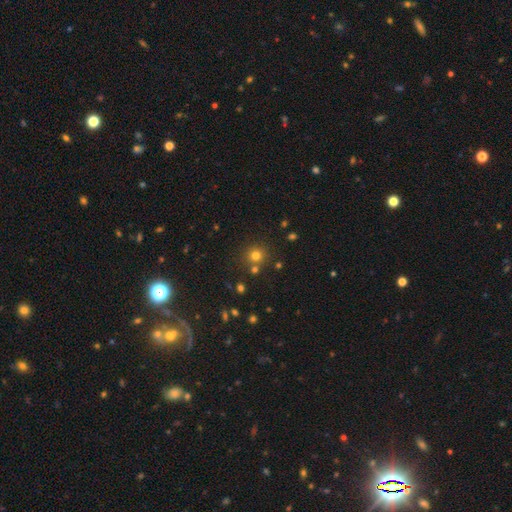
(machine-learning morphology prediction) Smooth or featured?
  - smooth: 74% *
  - star or artifact: 19%
  - featured or disk: 7%
How rounded?
  - round: 91% *
  - in between: 8%
  - cigar-shaped: 1%
Merging?
  - none: 78% *
  - merger: 11%
  - minor disturbance: 8%
  - major disturbance: 3%